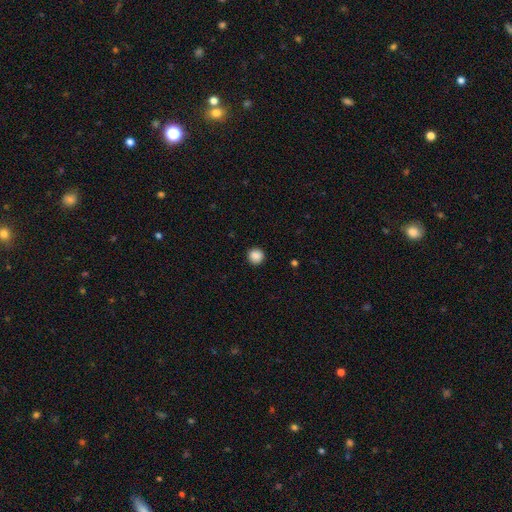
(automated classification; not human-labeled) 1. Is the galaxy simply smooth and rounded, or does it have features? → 88% smooth, 9% star or artifact, 3% featured or disk.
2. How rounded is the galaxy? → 94% round, 5% in between, 1% cigar-shaped.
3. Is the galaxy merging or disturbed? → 92% none, 5% minor disturbance, 2% major disturbance, 1% merger.